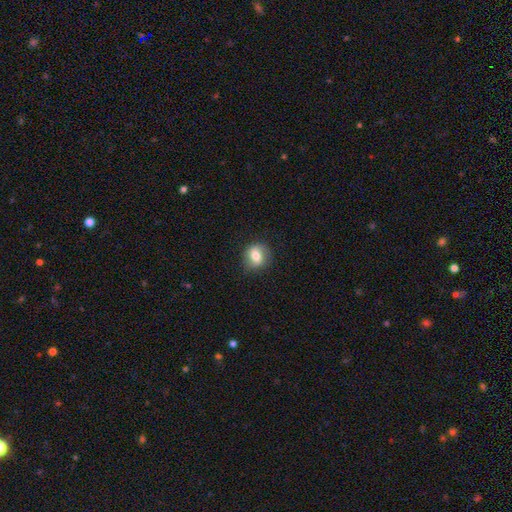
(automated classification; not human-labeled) Morphology: type=smooth (69%); roundness=round (66%); merging=none (82%).